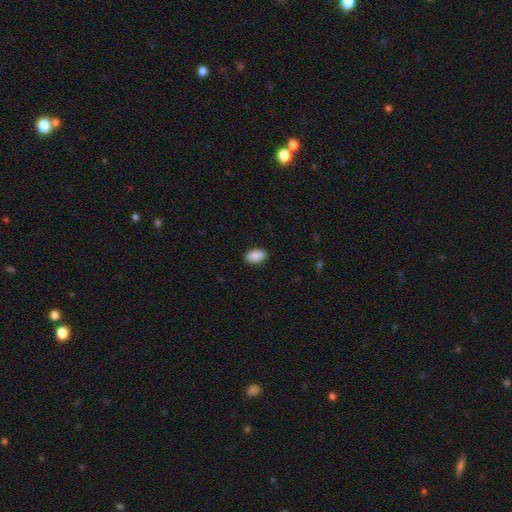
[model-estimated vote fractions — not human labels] The model was most divided on "merging": none: 90%, minor disturbance: 8%, major disturbance: 2%, merger: 1%. More confident: how rounded — in between (94%); smooth or featured — smooth (91%).